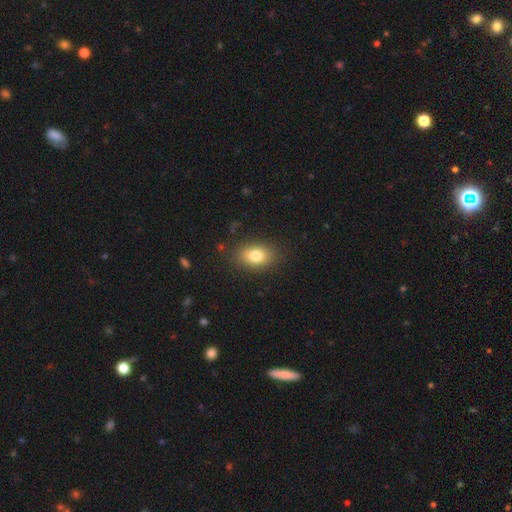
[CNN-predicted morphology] Smooth or featured: smooth — 80% (featured or disk — 11%)
How rounded: in between — 79% (round — 19%)
Merging: none — 84% (minor disturbance — 11%)